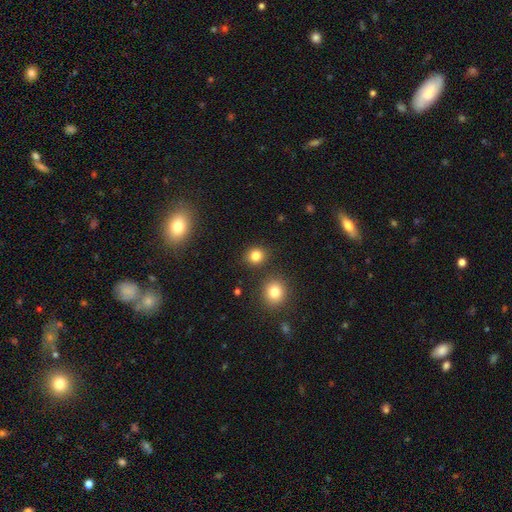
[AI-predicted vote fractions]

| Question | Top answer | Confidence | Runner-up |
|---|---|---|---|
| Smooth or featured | smooth | 83% | star or artifact (12%) |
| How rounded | round | 81% | in between (18%) |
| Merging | none | 86% | minor disturbance (7%) |